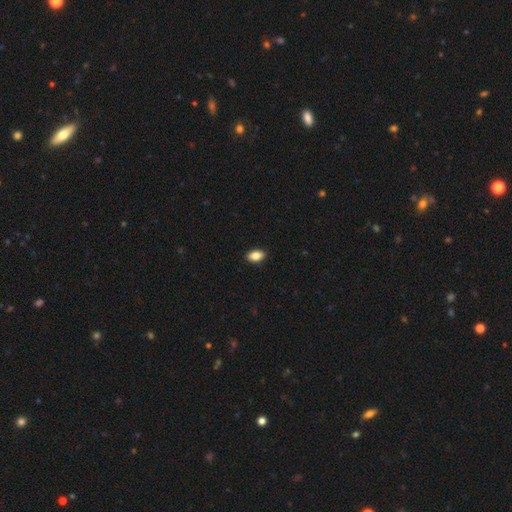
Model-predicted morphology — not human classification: type=smooth (86%); roundness=in between (89%); merging=none (90%).